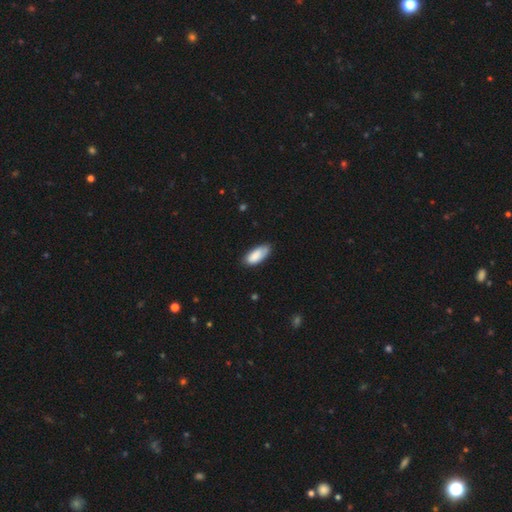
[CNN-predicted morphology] This is clearly a smooth galaxy (86%). How rounded: clearly in between (86%). Merging: likely none (68%).